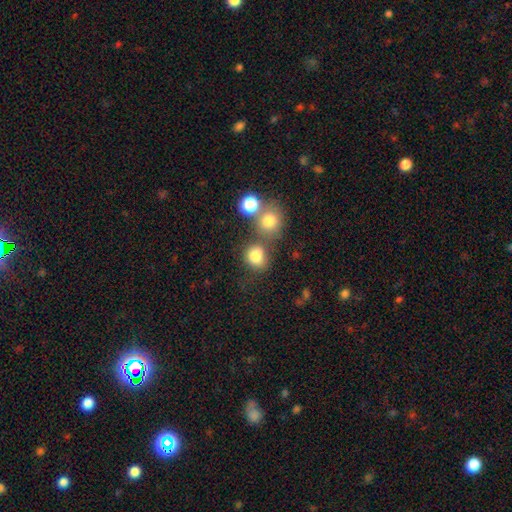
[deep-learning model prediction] A smooth galaxy with no disk features (80%) that is round (71%). Merging: none (53%).